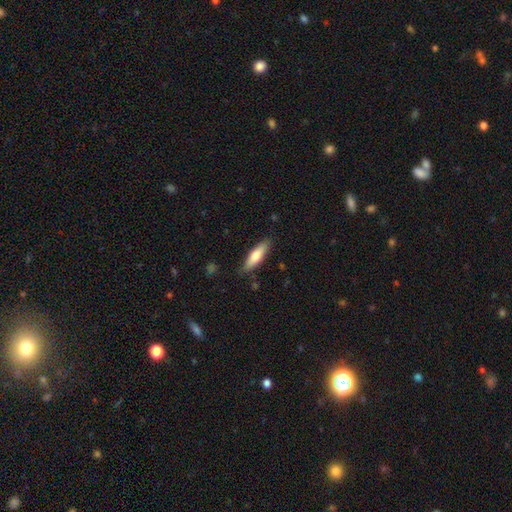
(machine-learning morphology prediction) A smooth galaxy with no disk features (71%) that is cigar-shaped (59%). Merging: none (85%).